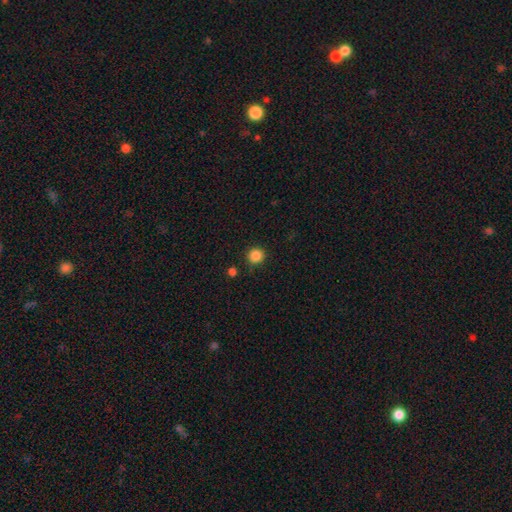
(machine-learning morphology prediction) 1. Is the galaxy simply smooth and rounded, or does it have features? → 86% smooth, 11% star or artifact, 3% featured or disk.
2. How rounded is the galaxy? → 94% round, 5% in between, 1% cigar-shaped.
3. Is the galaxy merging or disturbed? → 90% none, 6% minor disturbance, 2% merger, 2% major disturbance.